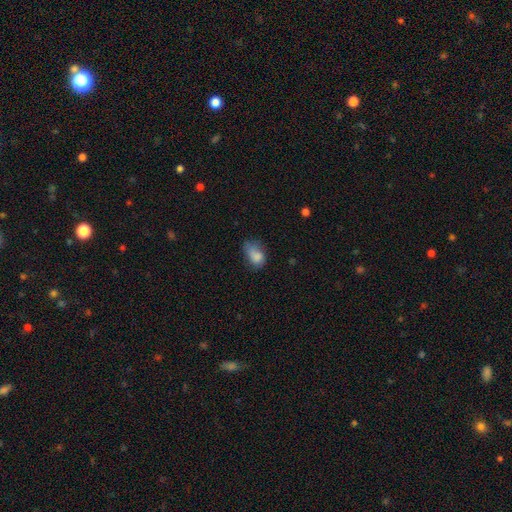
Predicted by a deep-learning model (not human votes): This appears to be a smooth galaxy with no disk features (80%) that is in between round and cigar-shaped (84%). Merging: minor disturbance (40%).